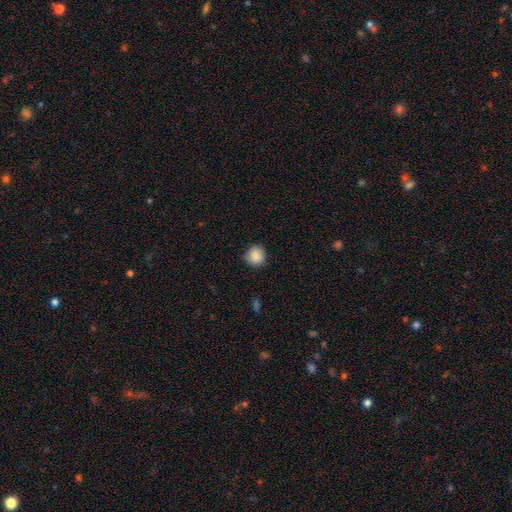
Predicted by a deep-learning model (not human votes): Q: Smooth or featured?
A: smooth (85%); runner-up: star or artifact (8%)
Q: How rounded?
A: round (91%); runner-up: in between (9%)
Q: Merging?
A: none (79%); runner-up: minor disturbance (17%)